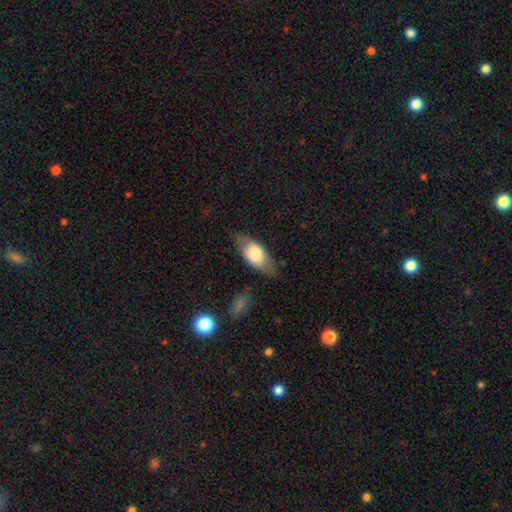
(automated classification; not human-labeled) Smooth or featured? Predicted: smooth (p=0.69). How rounded? Predicted: in between (p=0.85). Merging? Predicted: none (p=0.75).